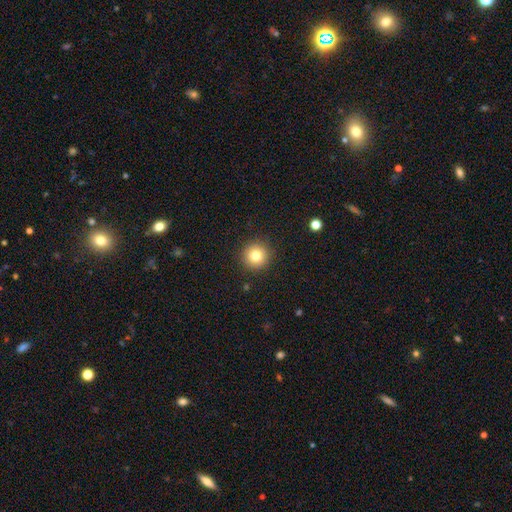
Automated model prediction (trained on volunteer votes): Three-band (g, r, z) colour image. It shows a smooth galaxy with no disk features (80%) that is round (95%). Merging: none (92%).